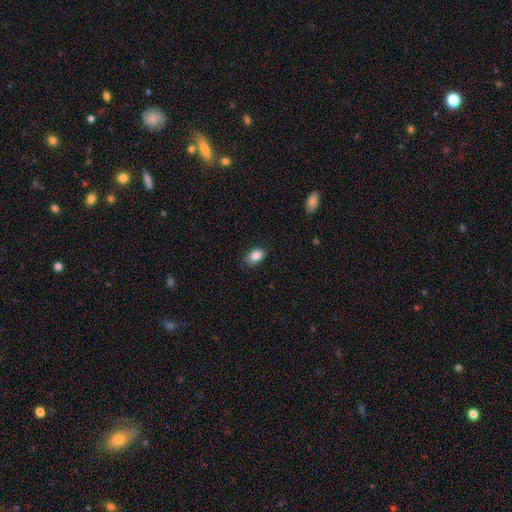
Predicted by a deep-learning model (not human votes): smooth_or_featured: smooth (p=0.85) [alt: star or artifact p=0.08]
how_rounded: in between (p=0.82) [alt: round p=0.16]
merging: none (p=0.75) [alt: minor disturbance p=0.21]